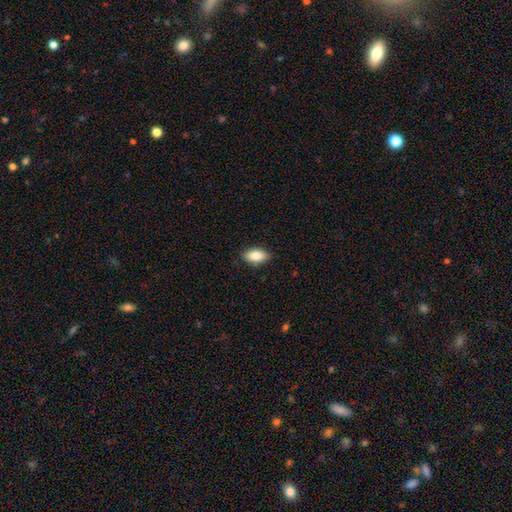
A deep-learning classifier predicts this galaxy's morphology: This appears to be a smooth galaxy with no disk features (84%) that is in between round and cigar-shaped (90%). Merging: none (86%).